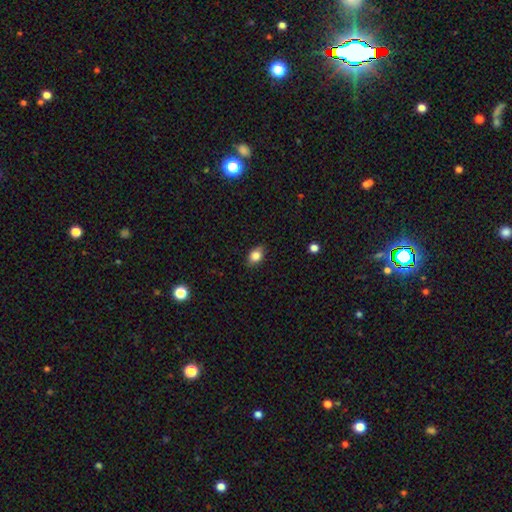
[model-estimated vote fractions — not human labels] Smooth or featured? Predicted: smooth (p=0.82). How rounded? Predicted: in between (p=0.73). Merging? Predicted: none (p=0.83).